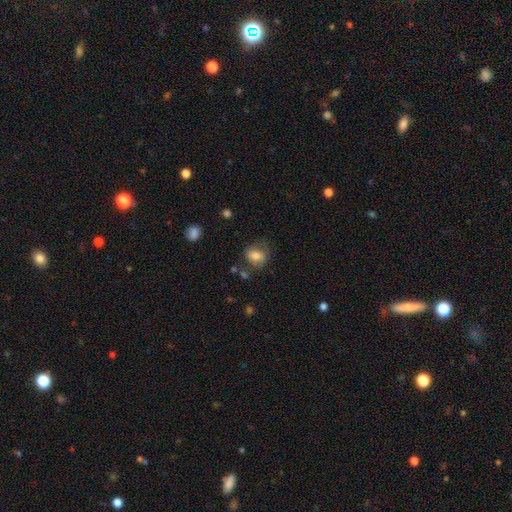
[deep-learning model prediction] Morphology: type=smooth (63%); roundness=round (52%); merging=none (57%).